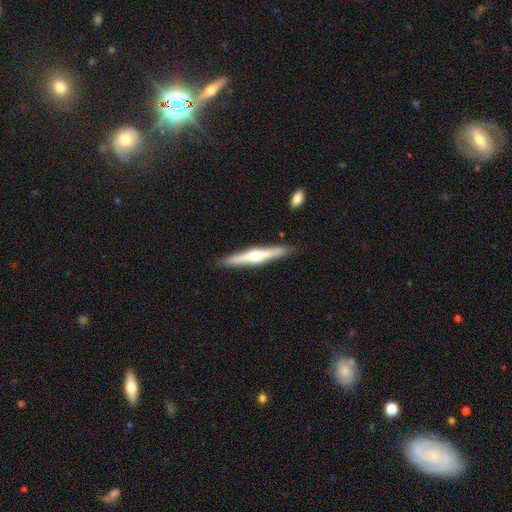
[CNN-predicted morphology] This appears to be a featured or disk galaxy (63%) viewed edge-on (96%) with a rounded central bulge (91%). Merging: none (90%).